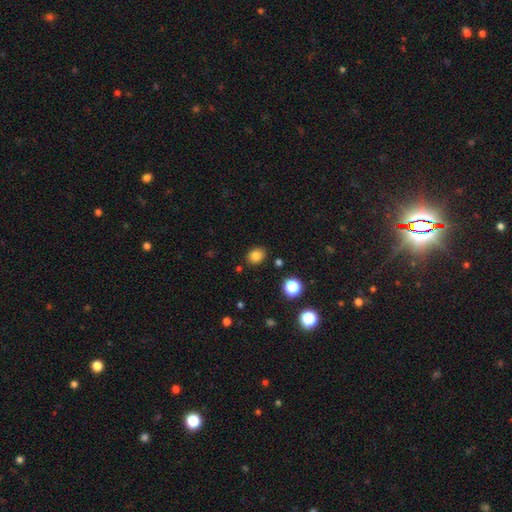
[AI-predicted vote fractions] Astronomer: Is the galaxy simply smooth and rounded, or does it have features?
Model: smooth — 81%.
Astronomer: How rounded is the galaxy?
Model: in between — 50% (runner-up: round, 49%).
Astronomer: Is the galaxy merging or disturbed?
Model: none — 85%.